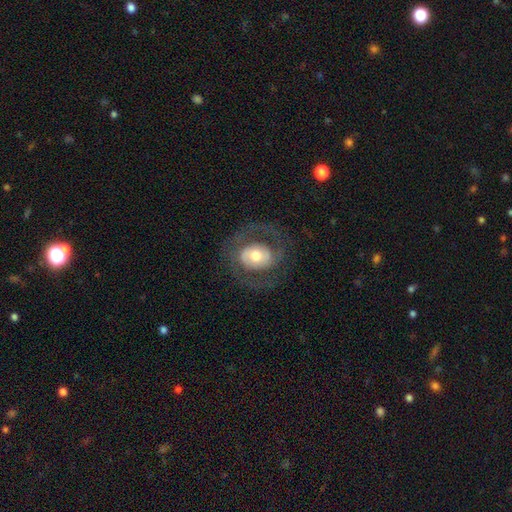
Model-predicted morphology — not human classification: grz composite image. It shows a featured or disk galaxy (63%) with no bar (62%), spiral arms (59%) and a moderate central bulge (65%). Merging: none (71%).